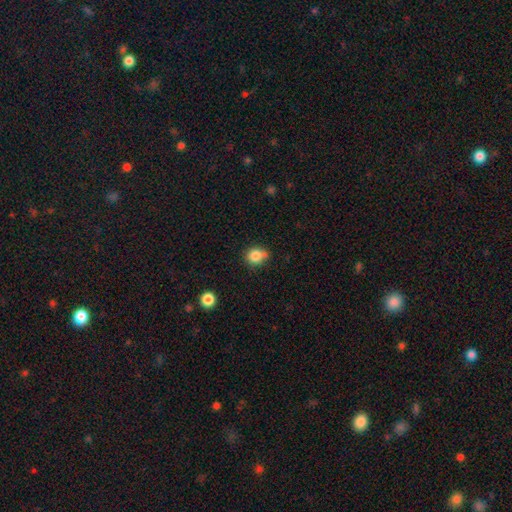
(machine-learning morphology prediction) smooth_or_featured: smooth (p=0.83) [alt: star or artifact p=0.10]
how_rounded: round (p=0.71) [alt: in between p=0.28]
merging: none (p=0.63) [alt: minor disturbance p=0.25]